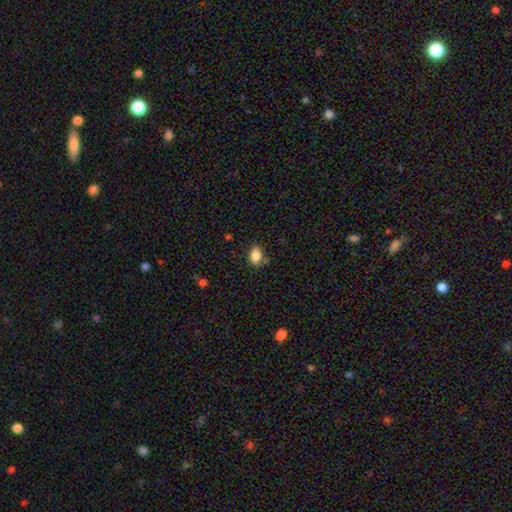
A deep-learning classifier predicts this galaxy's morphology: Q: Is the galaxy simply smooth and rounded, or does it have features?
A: smooth — 85%.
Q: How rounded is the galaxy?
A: in between — 74%.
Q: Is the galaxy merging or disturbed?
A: none — 74%.